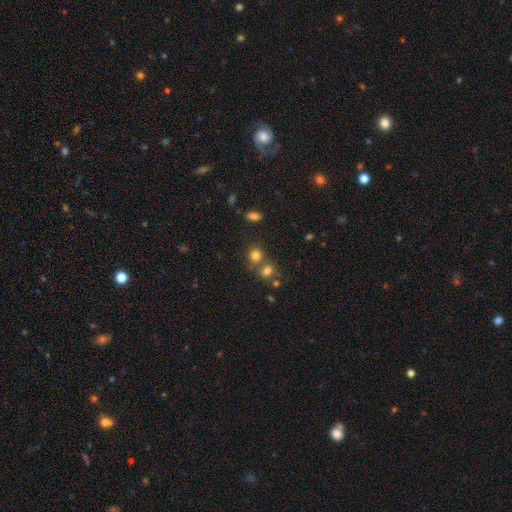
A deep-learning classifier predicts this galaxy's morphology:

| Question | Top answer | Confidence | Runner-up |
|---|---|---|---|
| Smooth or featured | smooth | 78% | star or artifact (15%) |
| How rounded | round | 79% | in between (20%) |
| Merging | none | 55% | merger (34%) |